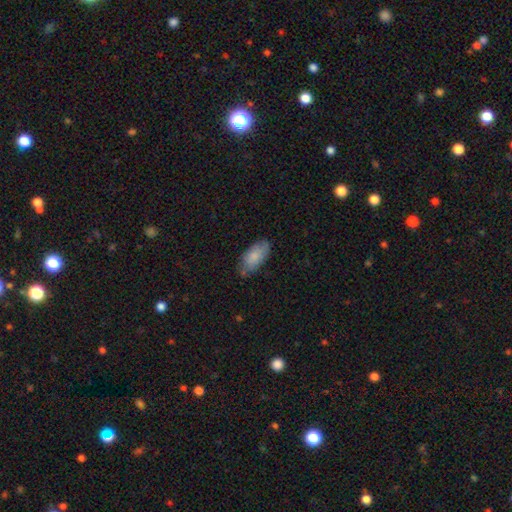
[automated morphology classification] The model was most divided on "merging": none: 70%, minor disturbance: 24%, major disturbance: 4%, merger: 2%. More confident: how rounded — in between (92%); smooth or featured — smooth (81%).